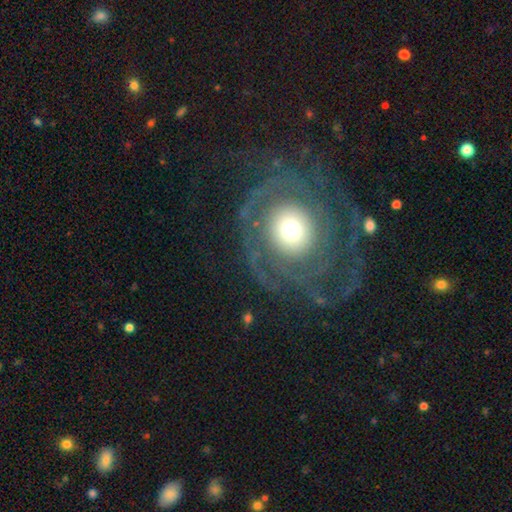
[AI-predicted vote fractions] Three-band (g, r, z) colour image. It shows a featured or disk galaxy (76%) with no bar (83%), tight (65%) spiral arms (80%) and a moderate central bulge (55%). Merging: none (71%).